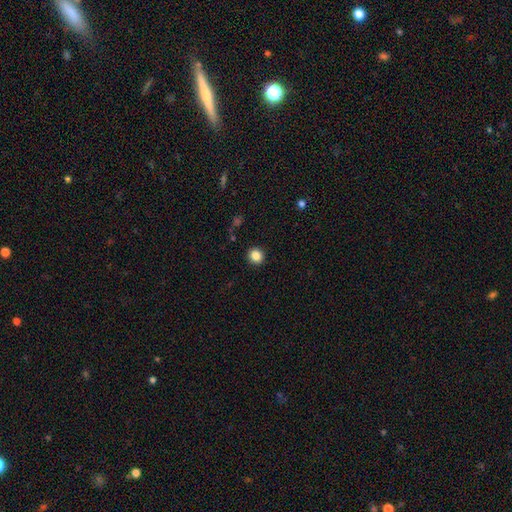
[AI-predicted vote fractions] Smooth or featured?
  - smooth: 85% *
  - star or artifact: 10%
  - featured or disk: 4%
How rounded?
  - round: 88% *
  - in between: 12%
  - cigar-shaped: 1%
Merging?
  - none: 92% *
  - minor disturbance: 5%
  - major disturbance: 2%
  - merger: 1%